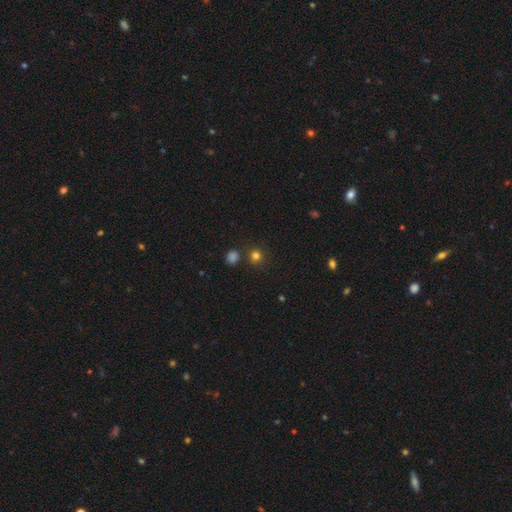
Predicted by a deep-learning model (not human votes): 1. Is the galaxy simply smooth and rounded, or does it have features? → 78% smooth, 17% star or artifact, 5% featured or disk.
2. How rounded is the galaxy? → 92% round, 7% in between, 1% cigar-shaped.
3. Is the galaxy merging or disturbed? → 84% none, 7% minor disturbance, 6% merger, 3% major disturbance.